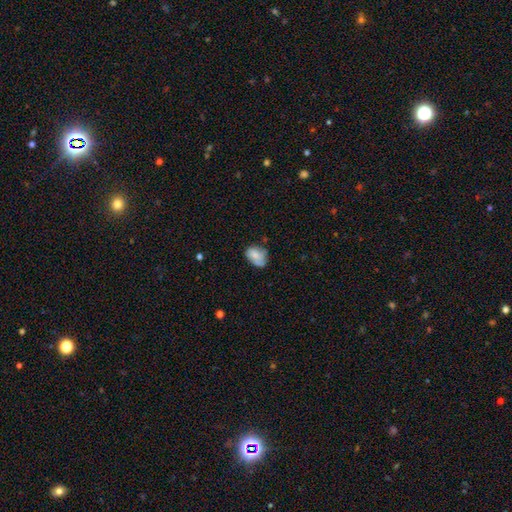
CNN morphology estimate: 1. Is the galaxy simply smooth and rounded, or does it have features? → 68% smooth, 23% featured or disk, 9% star or artifact.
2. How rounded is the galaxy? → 75% in between, 24% round, 1% cigar-shaped.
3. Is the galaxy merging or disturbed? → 44% none, 34% minor disturbance, 14% major disturbance, 7% merger.